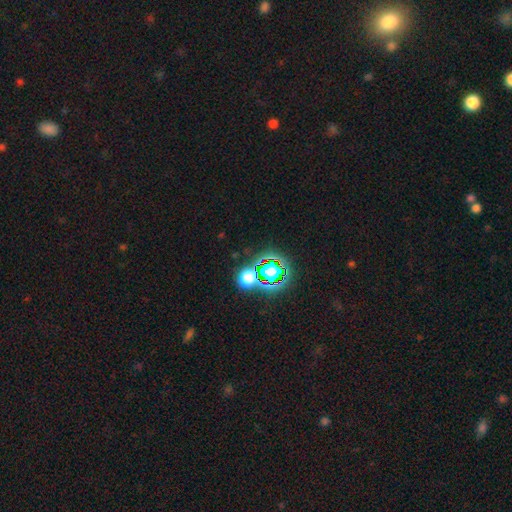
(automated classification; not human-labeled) Overall: star or artifact (73%).